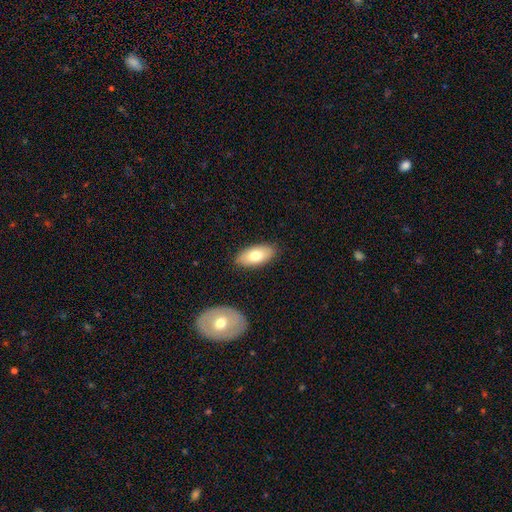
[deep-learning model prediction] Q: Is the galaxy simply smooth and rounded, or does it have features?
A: smooth — 77%.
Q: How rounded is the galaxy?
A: in between — 91%.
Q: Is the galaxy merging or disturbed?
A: none — 87%.